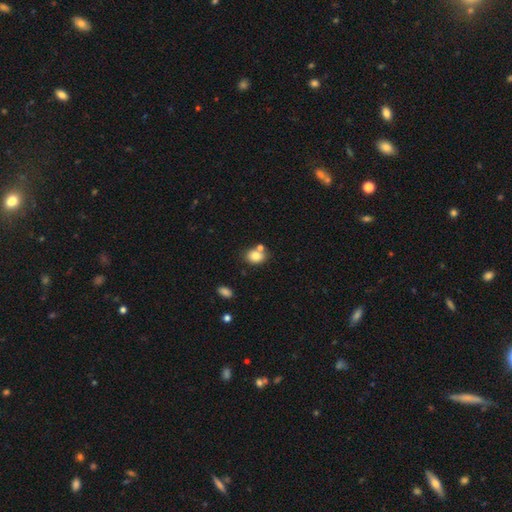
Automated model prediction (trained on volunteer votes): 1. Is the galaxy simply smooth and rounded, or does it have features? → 80% smooth, 10% featured or disk, 10% star or artifact.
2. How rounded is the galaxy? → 58% in between, 41% round, 1% cigar-shaped.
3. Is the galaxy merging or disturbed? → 58% none, 25% merger, 13% minor disturbance, 4% major disturbance.